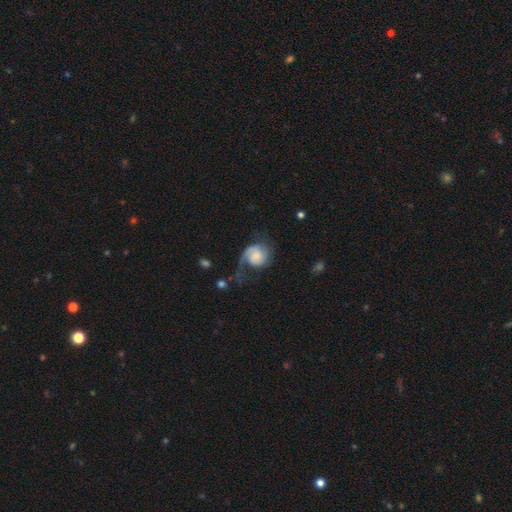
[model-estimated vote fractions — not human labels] Smooth or featured? featured or disk (64%)
Edge-on disk? no (98%)
Bar? no (69%)
Spiral arms? yes (92%)
Spiral winding? loose (43%)
Spiral arm count? 1 (54%)
Bulge size? small (27%)
Merging? major disturbance (39%)